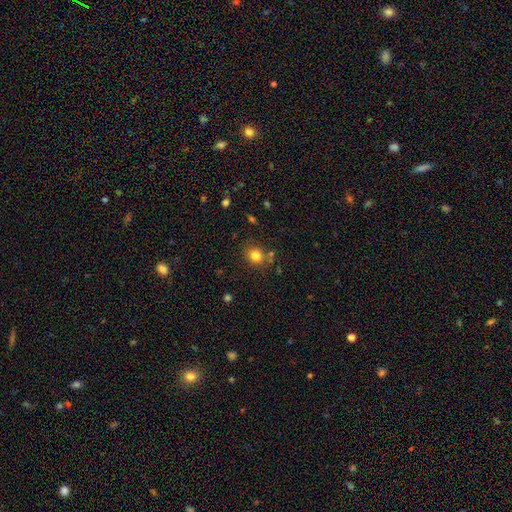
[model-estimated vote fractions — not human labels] Q: Smooth or featured?
A: smooth (80%); runner-up: star or artifact (13%)
Q: How rounded?
A: round (81%); runner-up: in between (18%)
Q: Merging?
A: none (77%); runner-up: minor disturbance (11%)